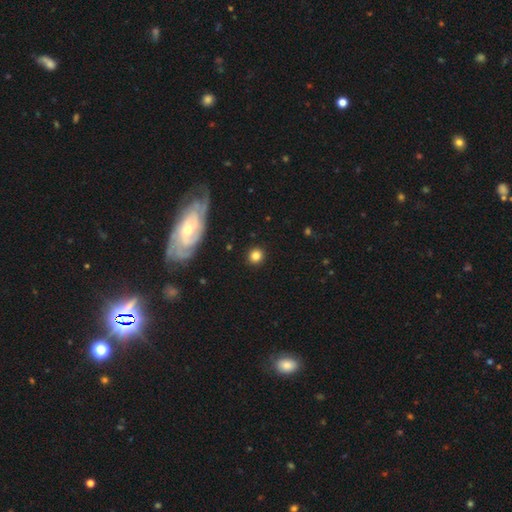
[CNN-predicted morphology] This is clearly a smooth galaxy (80%). How rounded: clearly round (90%). Merging: clearly none (90%).